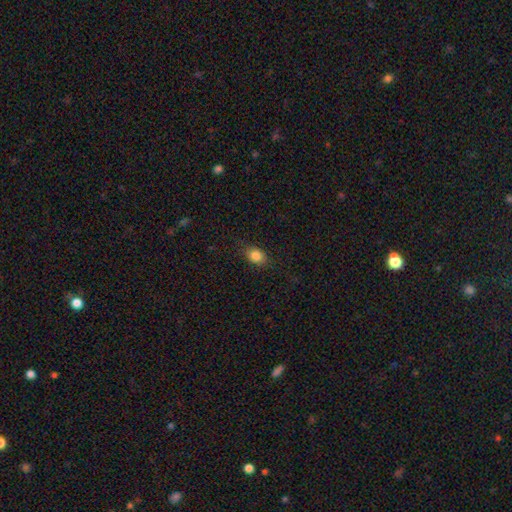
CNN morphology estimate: A smooth galaxy with no disk features (84%) that is in between round and cigar-shaped (58%). Merging: none (83%).